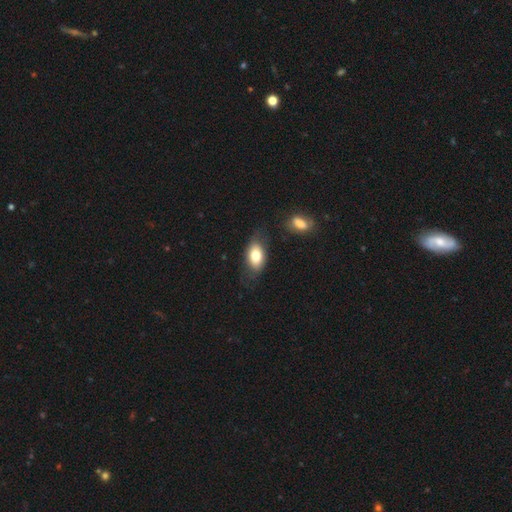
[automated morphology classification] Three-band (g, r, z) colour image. It shows a smooth galaxy with no disk features (76%) that is in between round and cigar-shaped (90%). Merging: none (71%).